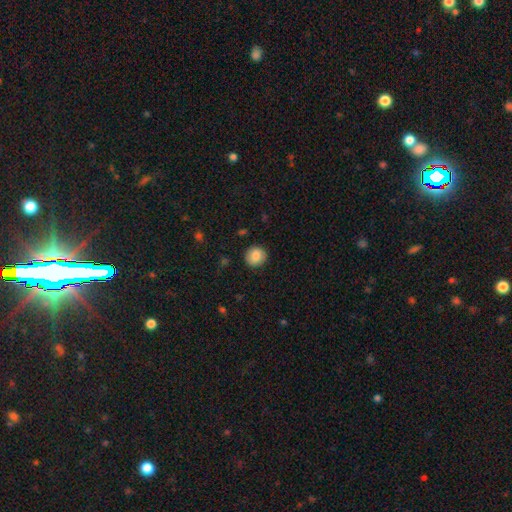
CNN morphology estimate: smooth-or-featured: smooth: 84% | star or artifact: 8% | featured or disk: 8%
  how-rounded: round: 89% | in between: 10% | cigar-shaped: 1%
  merging: none: 89% | minor disturbance: 8% | major disturbance: 2% | merger: 1%